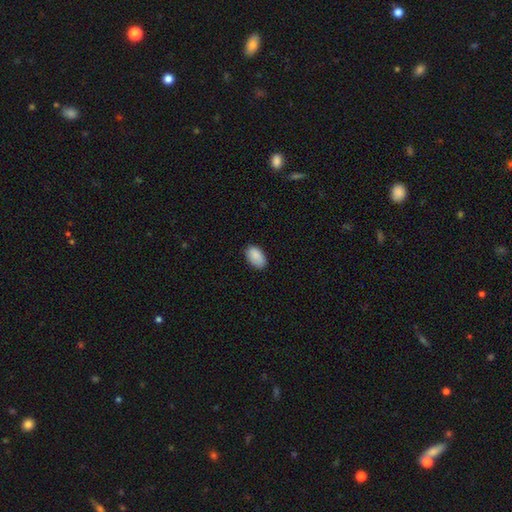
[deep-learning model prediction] Overall: smooth (89%). How rounded: in between (94%). Merging: none (81%).